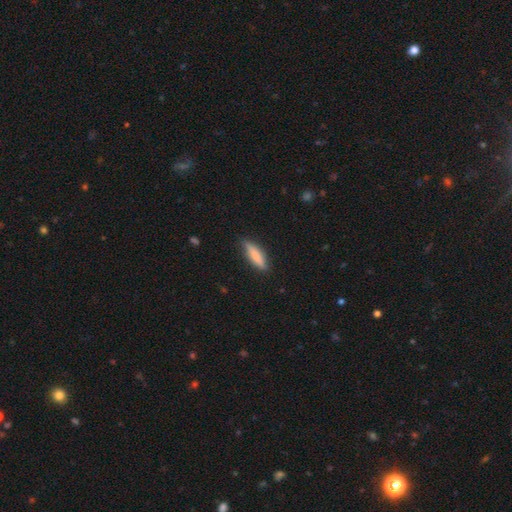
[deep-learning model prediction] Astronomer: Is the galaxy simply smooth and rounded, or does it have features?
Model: smooth — 77%.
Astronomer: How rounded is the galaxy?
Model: cigar-shaped — 69%.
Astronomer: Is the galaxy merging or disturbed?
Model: none — 82%.